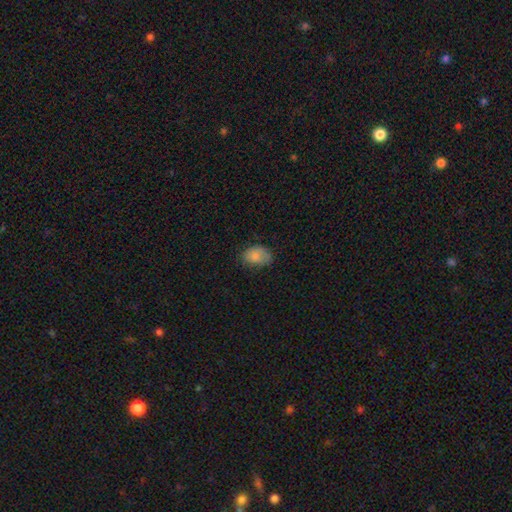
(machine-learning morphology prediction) type=smooth (81%); roundness=in between (79%); merging=none (61%).